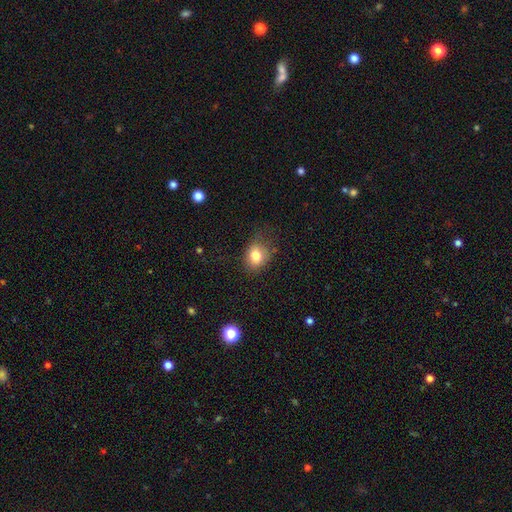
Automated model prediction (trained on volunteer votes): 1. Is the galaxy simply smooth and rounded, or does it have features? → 79% smooth, 11% star or artifact, 10% featured or disk.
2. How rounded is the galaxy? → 53% round, 46% in between, 1% cigar-shaped.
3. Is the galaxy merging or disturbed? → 64% none, 24% minor disturbance, 10% major disturbance, 2% merger.